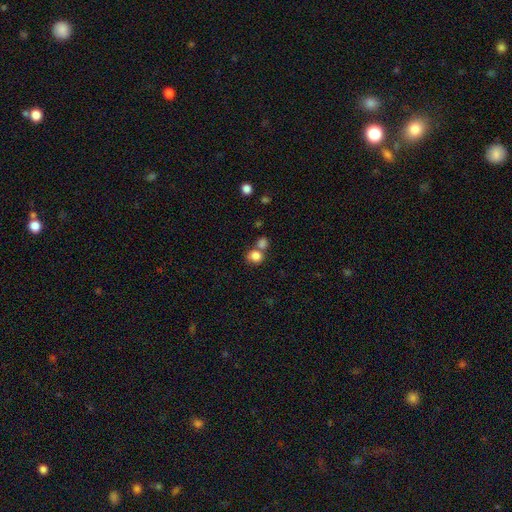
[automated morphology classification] Smooth or featured?
  - smooth: 83% *
  - star or artifact: 10%
  - featured or disk: 7%
How rounded?
  - round: 73% *
  - in between: 26%
  - cigar-shaped: 1%
Merging?
  - none: 49% *
  - merger: 38%
  - minor disturbance: 10%
  - major disturbance: 4%